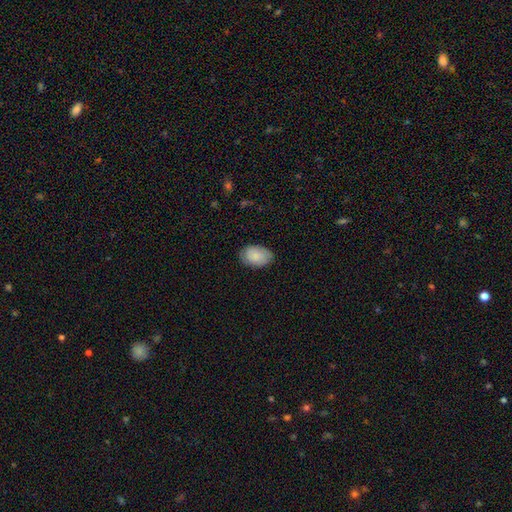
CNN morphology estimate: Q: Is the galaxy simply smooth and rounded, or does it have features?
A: smooth — 81%.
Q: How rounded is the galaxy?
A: in between — 89%.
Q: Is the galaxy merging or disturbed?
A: none — 78%.